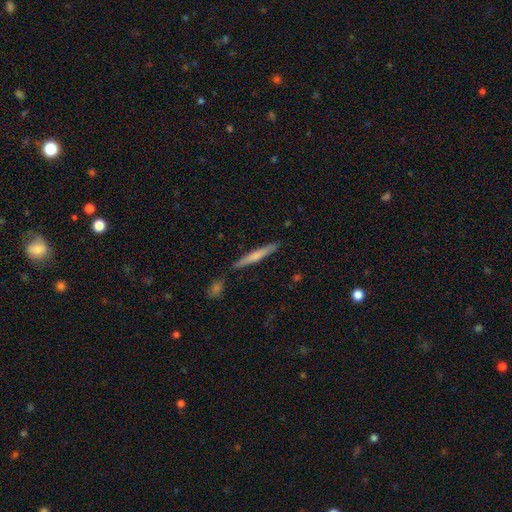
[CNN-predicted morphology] smooth 58%, featured or disk 36%, star or artifact 6%. Down the decision tree: how rounded — cigar-shaped (95%); merging — none (84%).